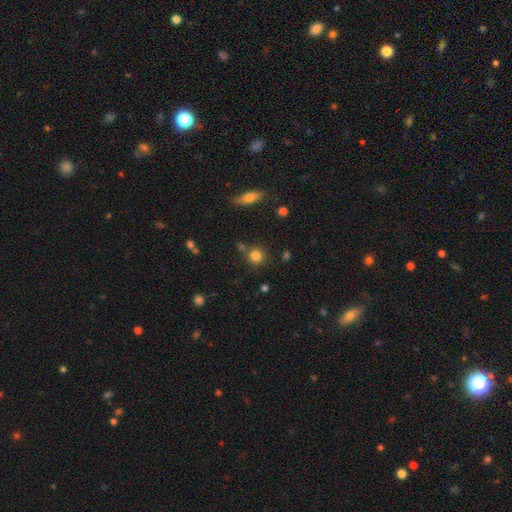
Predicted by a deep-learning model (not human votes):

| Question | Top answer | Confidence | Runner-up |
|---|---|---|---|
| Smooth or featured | smooth | 81% | star or artifact (12%) |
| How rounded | round | 90% | in between (9%) |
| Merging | none | 76% | merger (10%) |